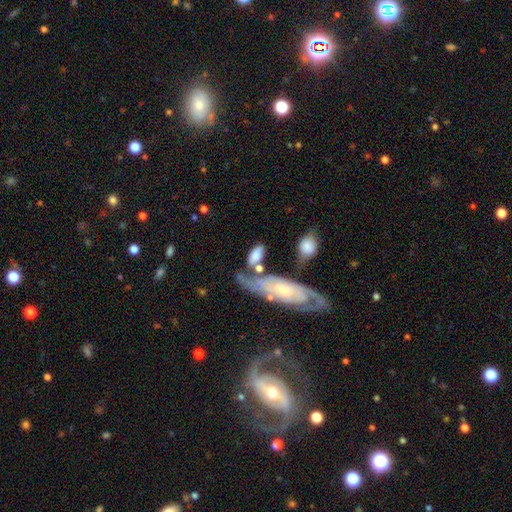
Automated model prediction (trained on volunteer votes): Smooth or featured? smooth (69%)
How rounded? in between (81%)
Merging? none (45%)